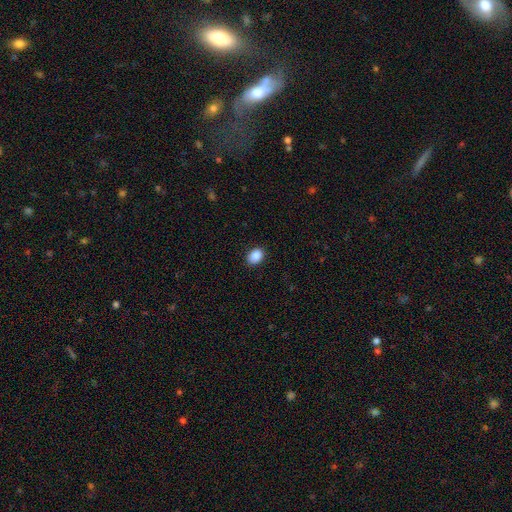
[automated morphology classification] type=smooth (89%); roundness=in between (69%); merging=none (89%).